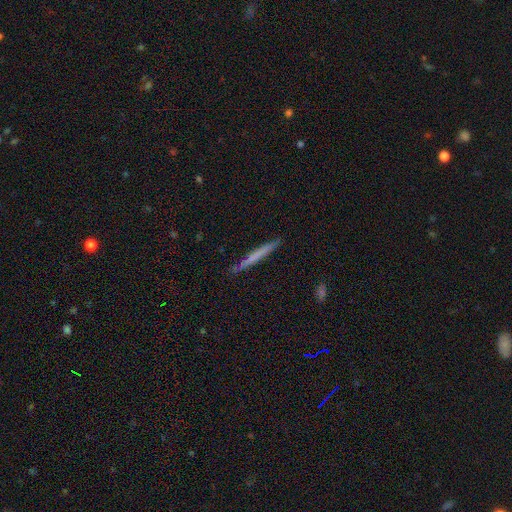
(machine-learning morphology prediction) Overall: smooth (53%; featured or disk 41%). How rounded: cigar-shaped (97%). Merging: none (87%).